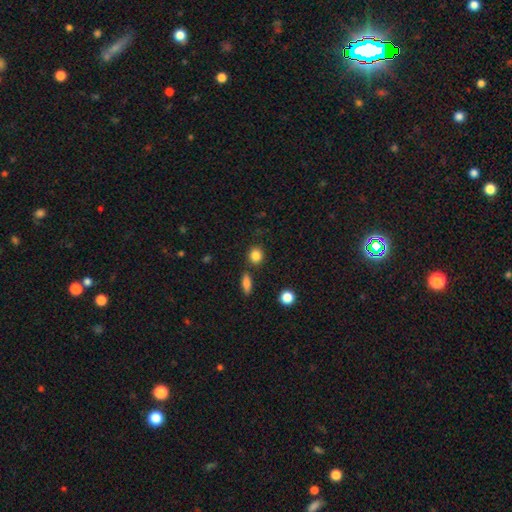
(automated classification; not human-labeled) Smooth or featured? smooth (85%)
How rounded? round (78%)
Merging? none (81%)